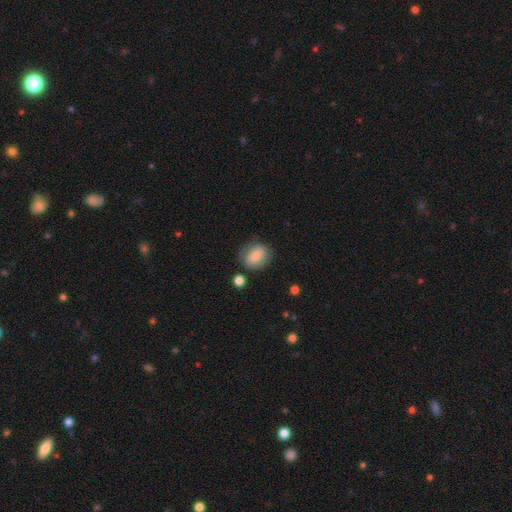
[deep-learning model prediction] smooth-or-featured: smooth: 77% | featured or disk: 15% | star or artifact: 8%
  how-rounded: in between: 52% | round: 47% | cigar-shaped: 1%
  merging: none: 70% | minor disturbance: 19% | major disturbance: 7% | merger: 4%